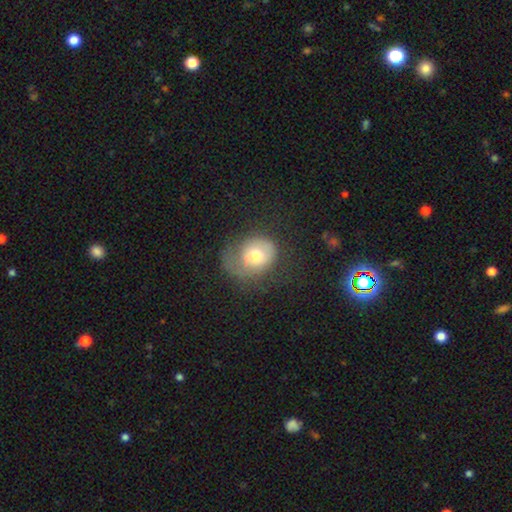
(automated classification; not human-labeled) Smooth or featured: smooth — 59% (featured or disk — 32%)
How rounded: round — 58% (in between — 41%)
Merging: major disturbance — 39% (none — 31%)